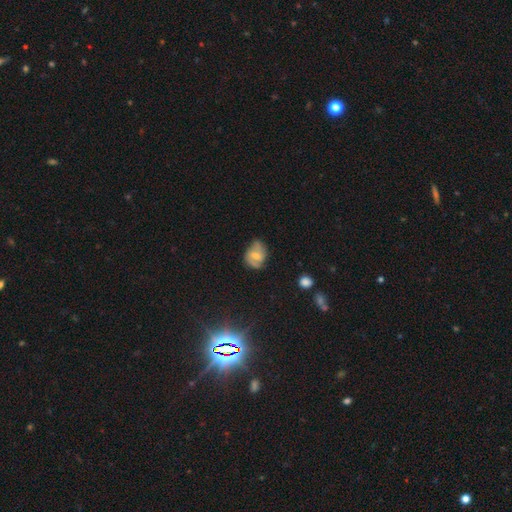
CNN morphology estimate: A featured or disk galaxy (53%) with a weak bar (48%), spiral arms (80%) and a moderate central bulge (46%).

Vote fractions:
- Smooth or featured? featured or disk: 53% / smooth: 38% / star or artifact: 9%
- Edge-on disk? no: 96% / yes: 4%
- Bar? weak: 48% / no: 34% / strong: 18%
- Spiral arms? yes: 80% / no: 20%
- Bulge size? moderate: 46% / small: 45% / none: 6% / large: 3% / dominant: 1%
- Merging? none: 57% / minor disturbance: 31% / major disturbance: 10% / merger: 2%